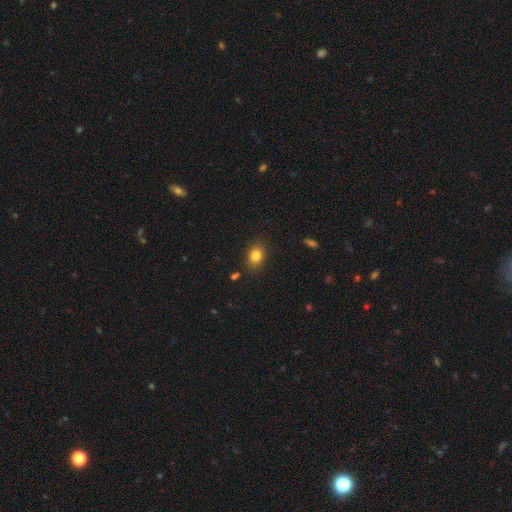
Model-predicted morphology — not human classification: Smooth or featured? smooth (82%)
How rounded? in between (65%)
Merging? none (85%)